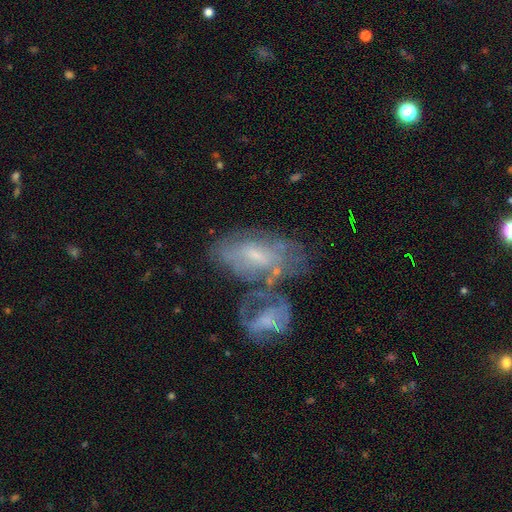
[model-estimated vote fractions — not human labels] smooth-or-featured: featured or disk: 59% | smooth: 32% | star or artifact: 9%
  disk-edge-on: no: 91% | yes: 9%
    bar: no: 53% | weak: 37% | strong: 10%
    has-spiral-arms: yes: 54% | no: 46%
    bulge-size: small: 57% | moderate: 29% | none: 10% | large: 3% | dominant: 1%
  merging: merger: 40% | none: 32% | minor disturbance: 15% | major disturbance: 13%